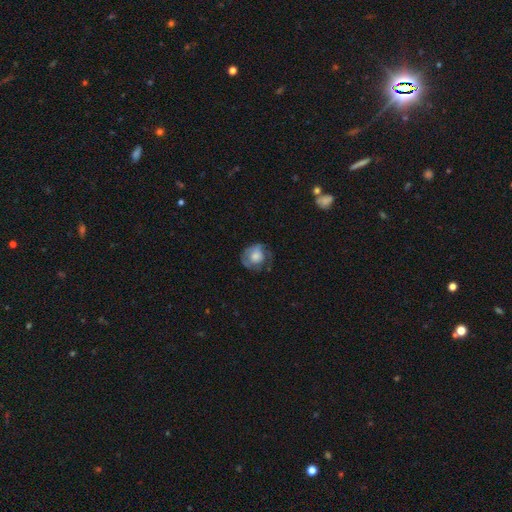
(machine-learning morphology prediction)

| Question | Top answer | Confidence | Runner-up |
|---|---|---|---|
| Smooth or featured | smooth | 53% | featured or disk (39%) |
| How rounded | round | 78% | in between (21%) |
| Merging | none | 54% | minor disturbance (26%) |